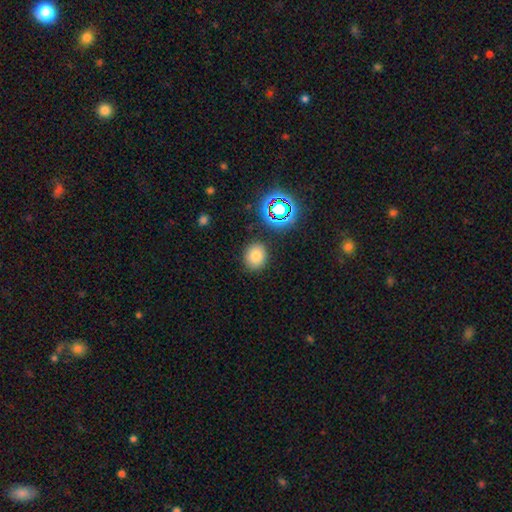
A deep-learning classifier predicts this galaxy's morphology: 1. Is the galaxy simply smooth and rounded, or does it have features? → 77% smooth, 16% star or artifact, 7% featured or disk.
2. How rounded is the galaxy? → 67% round, 32% in between, 1% cigar-shaped.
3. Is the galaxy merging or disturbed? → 86% none, 9% minor disturbance, 3% major disturbance, 3% merger.